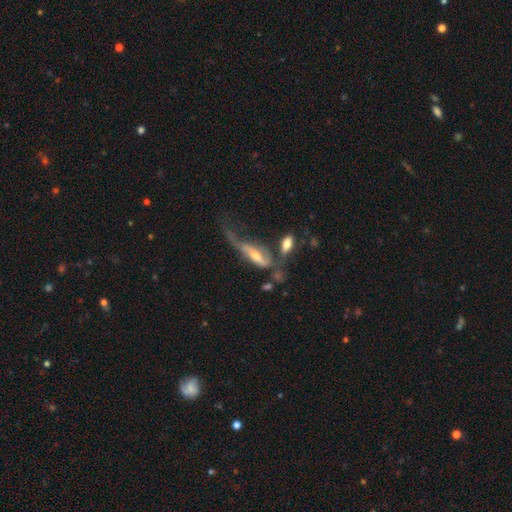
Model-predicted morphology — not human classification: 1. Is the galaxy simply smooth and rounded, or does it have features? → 59% featured or disk, 33% smooth, 8% star or artifact.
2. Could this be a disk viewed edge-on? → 64% no, 36% yes.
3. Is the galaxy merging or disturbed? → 40% major disturbance, 26% merger, 19% none, 15% minor disturbance.